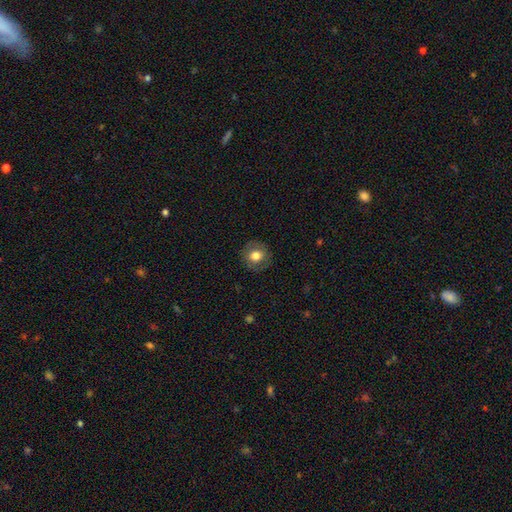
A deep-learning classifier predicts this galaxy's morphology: smooth_or_featured: smooth (p=0.70) [alt: featured or disk p=0.21]
how_rounded: round (p=0.88) [alt: in between p=0.11]
merging: none (p=0.86) [alt: minor disturbance p=0.09]